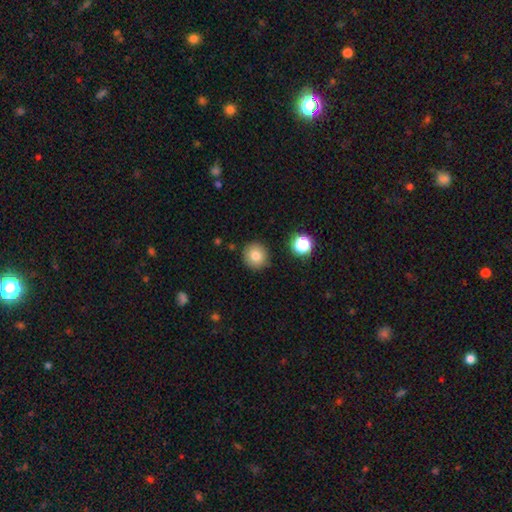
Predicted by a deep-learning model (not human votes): This appears to be a smooth galaxy with no disk features (81%) that is round (92%). Merging: none (89%).